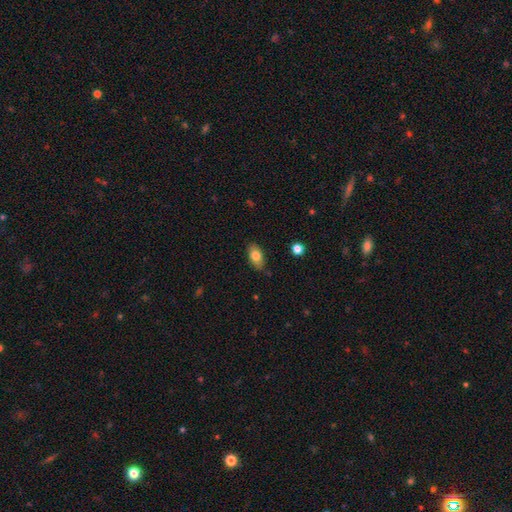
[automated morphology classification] smooth_or_featured: smooth (p=0.79) [alt: featured or disk p=0.13]
how_rounded: in between (p=0.90) [alt: round p=0.06]
merging: none (p=0.83) [alt: minor disturbance p=0.13]